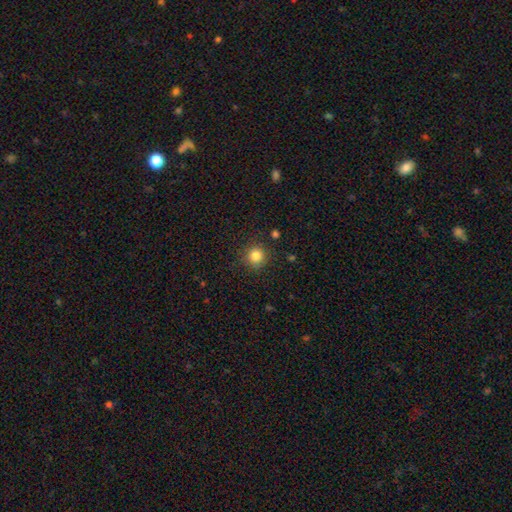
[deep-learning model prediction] This appears to be a smooth galaxy with no disk features (83%) that is round (93%). Merging: none (88%).